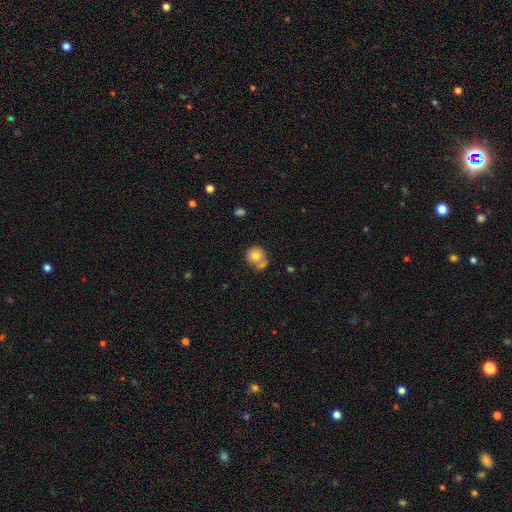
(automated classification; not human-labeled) smooth 75%, featured or disk 17%, star or artifact 9%. Down the decision tree: how rounded — round (89%); merging — none (49%).